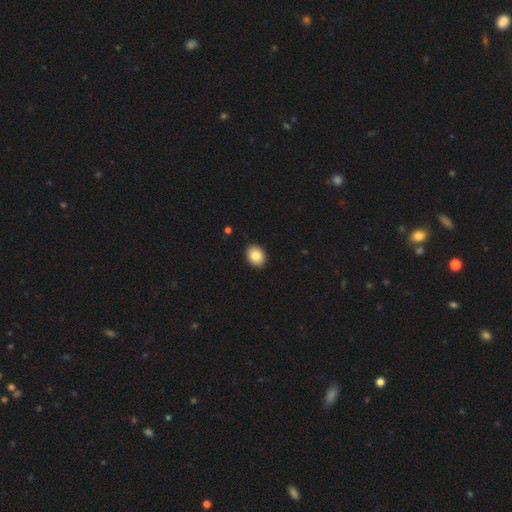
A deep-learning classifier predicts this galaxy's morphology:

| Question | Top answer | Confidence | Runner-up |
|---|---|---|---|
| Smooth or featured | smooth | 86% | star or artifact (8%) |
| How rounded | in between | 60% | round (39%) |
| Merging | none | 91% | minor disturbance (6%) |